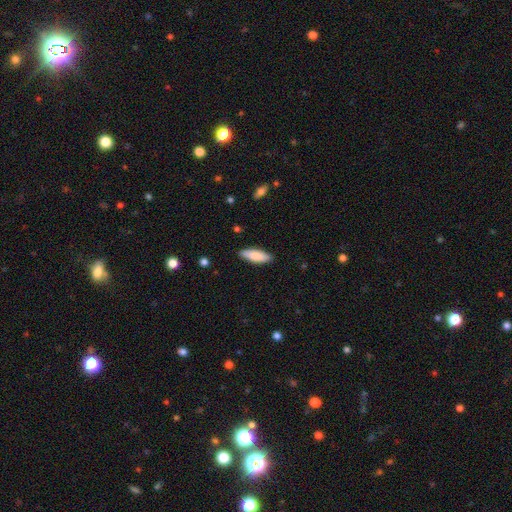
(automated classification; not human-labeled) smooth-or-featured: smooth: 84% | featured or disk: 11% | star or artifact: 5%
  how-rounded: in between: 57% | cigar-shaped: 41% | round: 2%
  merging: none: 87% | minor disturbance: 10% | major disturbance: 2% | merger: 1%